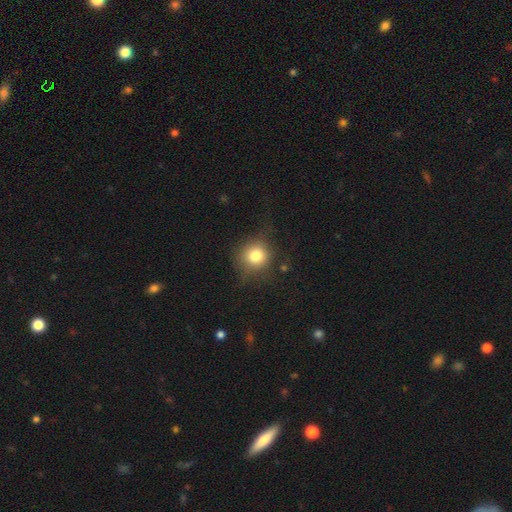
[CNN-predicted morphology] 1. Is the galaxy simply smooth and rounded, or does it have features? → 79% smooth, 12% star or artifact, 9% featured or disk.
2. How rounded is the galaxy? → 89% round, 10% in between, 1% cigar-shaped.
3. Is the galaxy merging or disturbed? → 74% none, 17% minor disturbance, 7% major disturbance, 2% merger.